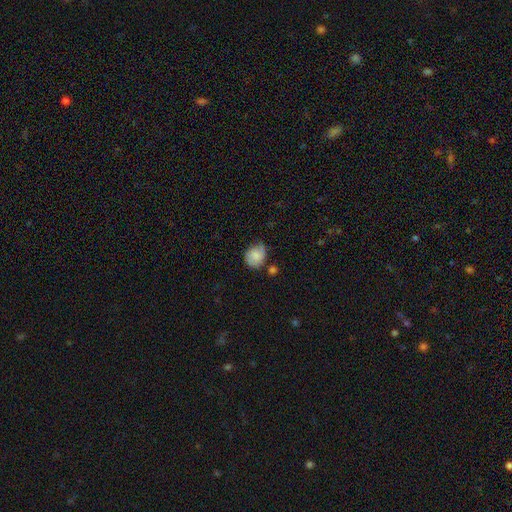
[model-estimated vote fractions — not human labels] smooth-or-featured: smooth: 70% | featured or disk: 22% | star or artifact: 8%
  how-rounded: round: 62% | in between: 37% | cigar-shaped: 1%
  merging: none: 51% | minor disturbance: 34% | major disturbance: 9% | merger: 6%